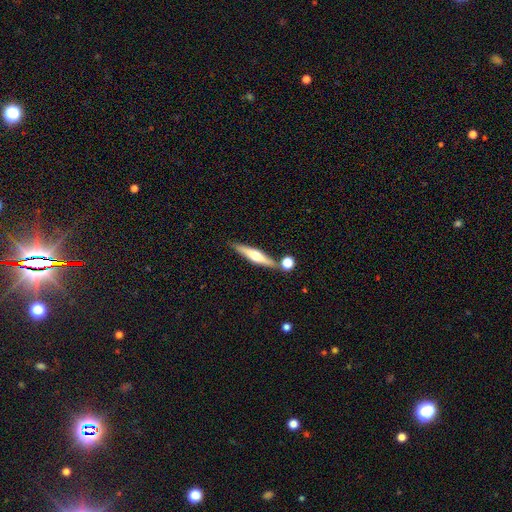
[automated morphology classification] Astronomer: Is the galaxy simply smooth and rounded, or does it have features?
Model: featured or disk — 55% (runner-up: smooth, 39%).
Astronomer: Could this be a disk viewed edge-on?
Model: yes — 94%.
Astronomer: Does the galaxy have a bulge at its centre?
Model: rounded — 89%.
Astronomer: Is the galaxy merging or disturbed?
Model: none — 77%.